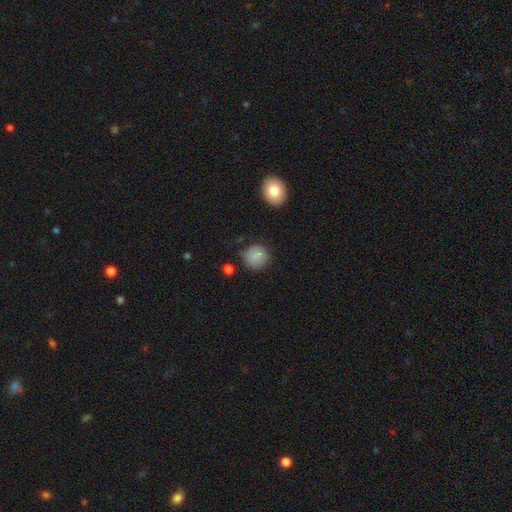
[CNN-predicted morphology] A smooth galaxy with no disk features (85%) that is round (90%).

Vote fractions:
- Smooth or featured? smooth: 85% / star or artifact: 9% / featured or disk: 6%
- How rounded? round: 90% / in between: 9% / cigar-shaped: 1%
- Merging? none: 81% / minor disturbance: 13% / major disturbance: 4% / merger: 2%